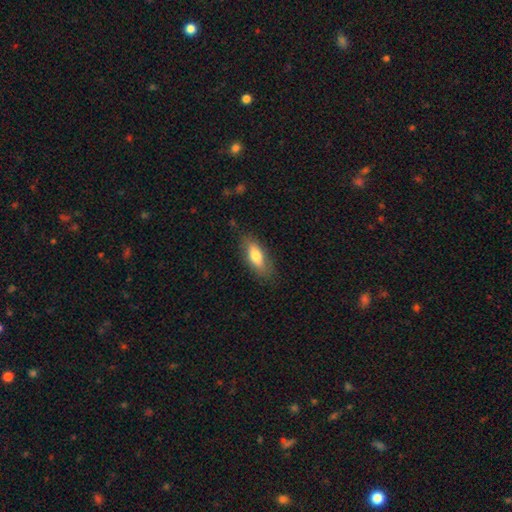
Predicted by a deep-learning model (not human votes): smooth-or-featured: smooth: 74% | featured or disk: 20% | star or artifact: 7%
  how-rounded: in between: 74% | cigar-shaped: 23% | round: 3%
  merging: none: 80% | minor disturbance: 15% | major disturbance: 4% | merger: 1%